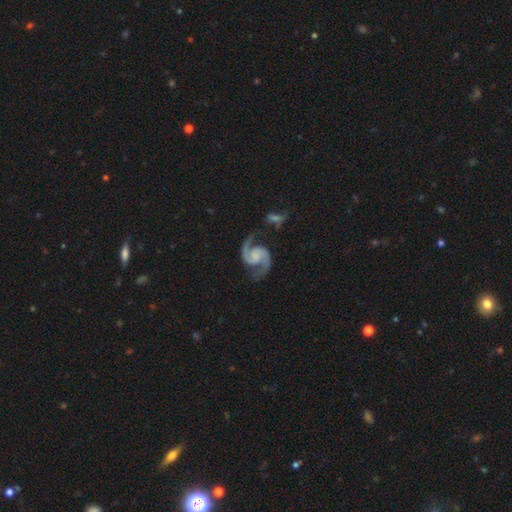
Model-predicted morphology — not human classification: type=featured or disk (93%); edge-on=no (98%); bar=no (58%); spiral arms=yes (98%); winding=medium (59%); arm count=2 (94%); bulge=none (51%); merging=none (72%).